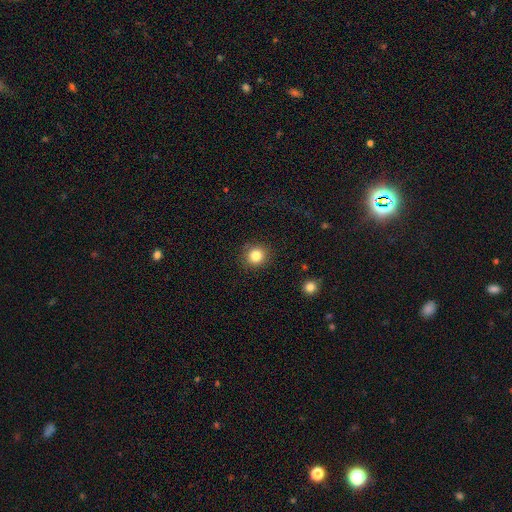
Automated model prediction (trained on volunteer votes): Overall: smooth (83%). How rounded: round (90%). Merging: none (90%).